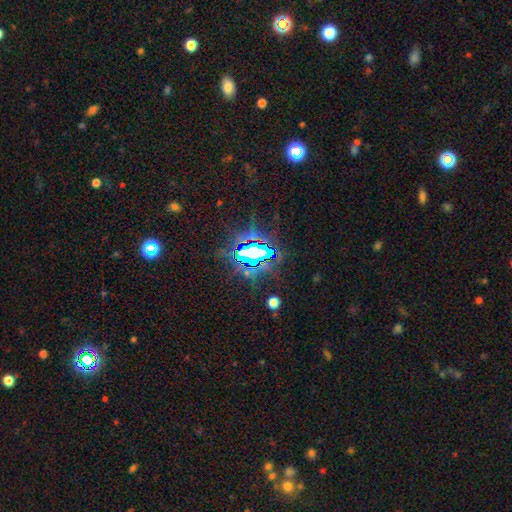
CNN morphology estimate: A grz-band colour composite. It shows a star or artifact, not a galaxy (77%).